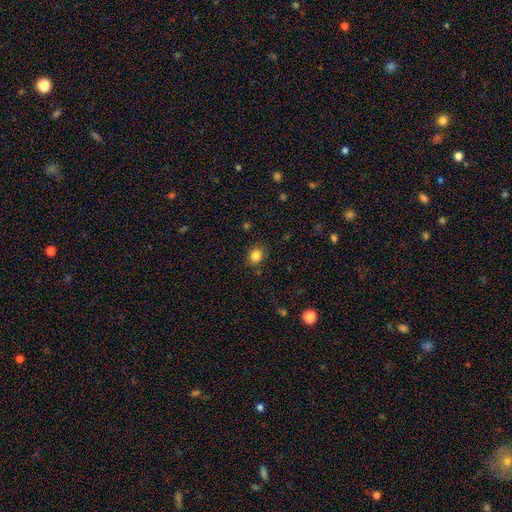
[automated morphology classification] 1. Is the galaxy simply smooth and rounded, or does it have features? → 83% smooth, 12% star or artifact, 5% featured or disk.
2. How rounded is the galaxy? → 72% round, 27% in between, 1% cigar-shaped.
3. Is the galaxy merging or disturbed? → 84% none, 11% minor disturbance, 3% major disturbance, 2% merger.